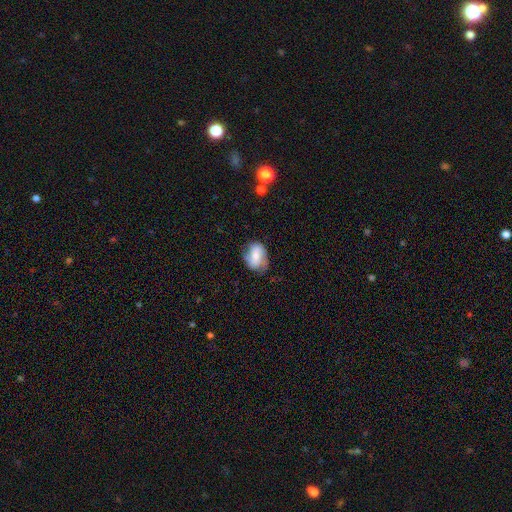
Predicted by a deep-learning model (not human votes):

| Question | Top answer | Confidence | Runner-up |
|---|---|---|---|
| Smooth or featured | smooth | 47% | featured or disk (45%) |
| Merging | none | 61% | minor disturbance (28%) |